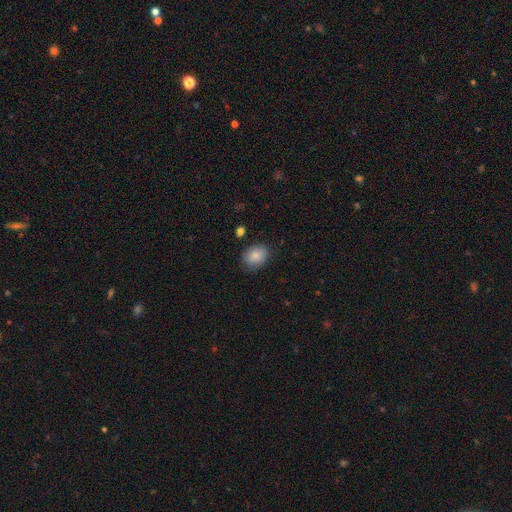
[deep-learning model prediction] Q: Smooth or featured?
A: smooth (86%); runner-up: star or artifact (8%)
Q: How rounded?
A: in between (63%); runner-up: round (36%)
Q: Merging?
A: none (84%); runner-up: minor disturbance (11%)